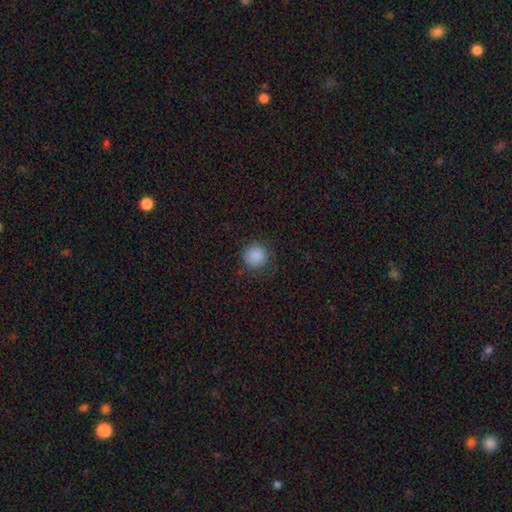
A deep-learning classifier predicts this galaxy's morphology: smooth-or-featured: smooth: 88% | star or artifact: 9% | featured or disk: 3%
  how-rounded: round: 93% | in between: 6% | cigar-shaped: 1%
  merging: none: 86% | minor disturbance: 10% | major disturbance: 4% | merger: 1%